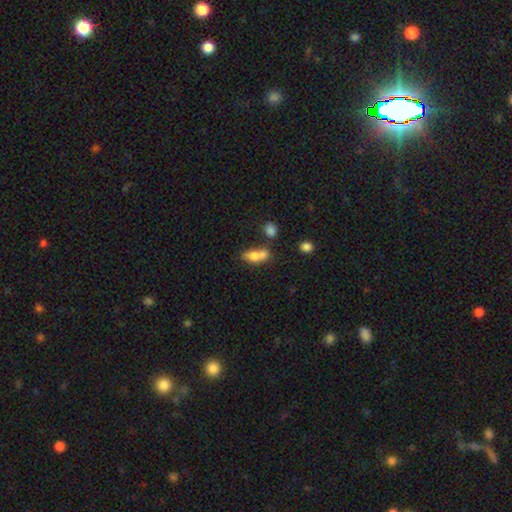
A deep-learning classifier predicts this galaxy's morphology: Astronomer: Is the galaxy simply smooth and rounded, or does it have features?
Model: smooth — 71%.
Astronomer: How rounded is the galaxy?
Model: in between — 75%.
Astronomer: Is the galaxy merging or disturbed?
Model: merger — 47% (runner-up: none, 32%).